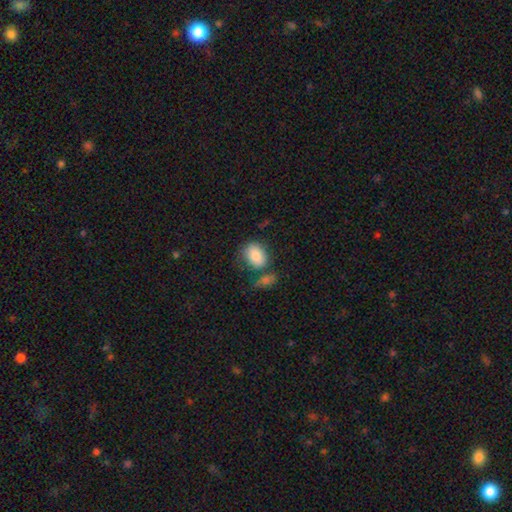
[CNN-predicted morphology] This is clearly a smooth galaxy (85%). How rounded: likely in between (73%). Merging: possibly none (57%).